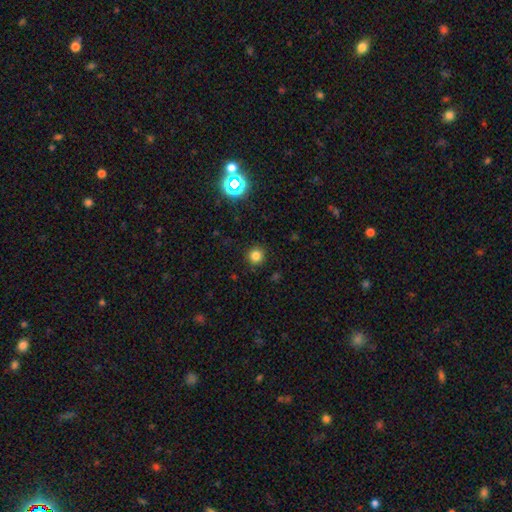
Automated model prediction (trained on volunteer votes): This is likely a smooth galaxy (80%). How rounded: clearly round (95%). Merging: clearly none (91%).